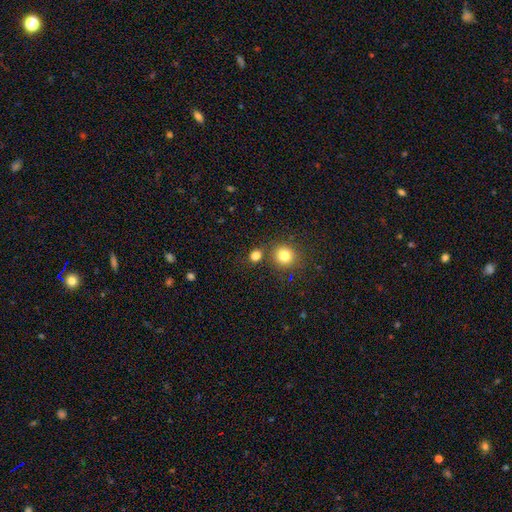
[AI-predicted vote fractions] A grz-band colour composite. It shows a smooth galaxy with no disk features (80%) that is round (76%). Merging: none (76%).